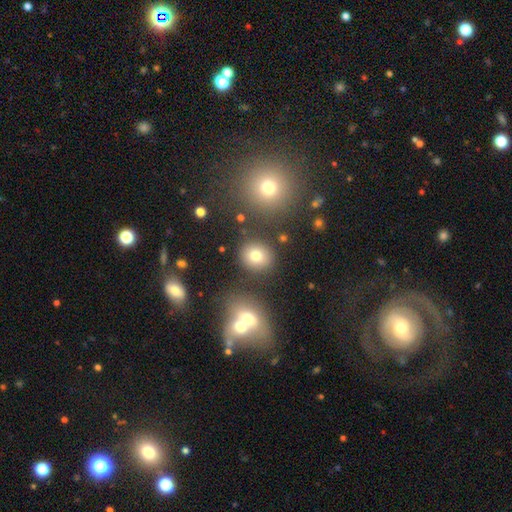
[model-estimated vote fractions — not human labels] This is likely a smooth galaxy (77%). How rounded: likely round (78%). Merging: clearly none (82%).